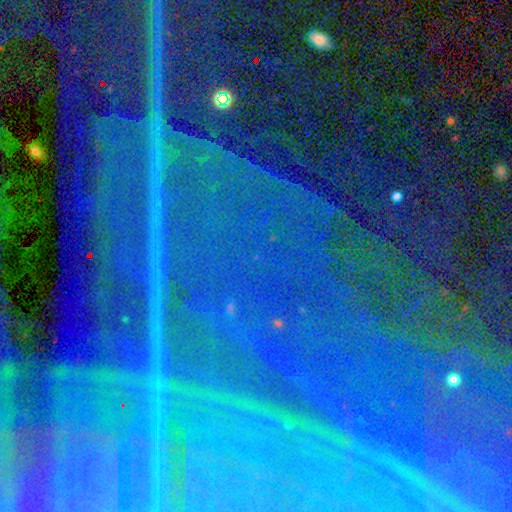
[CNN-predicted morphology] A star or artifact, not a galaxy (88%).